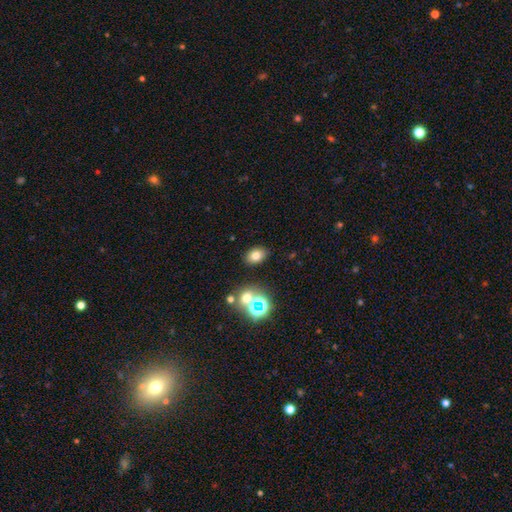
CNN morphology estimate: The model was most divided on "how rounded": in between: 76%, round: 23%, cigar-shaped: 1%. More confident: merging — none (84%); smooth or featured — smooth (74%).